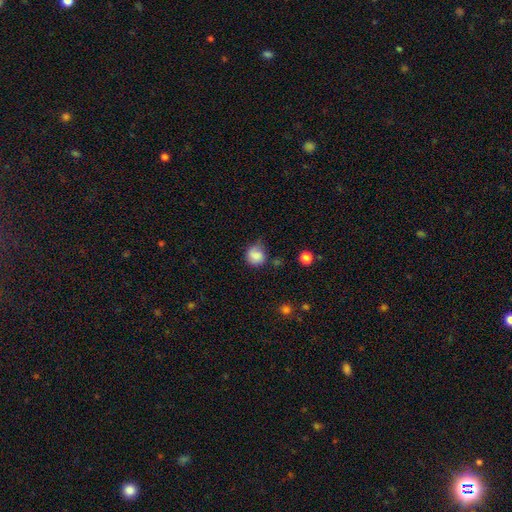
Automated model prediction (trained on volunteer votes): Smooth or featured? Predicted: smooth (p=0.83). How rounded? Predicted: round (p=0.83). Merging? Predicted: none (p=0.54).